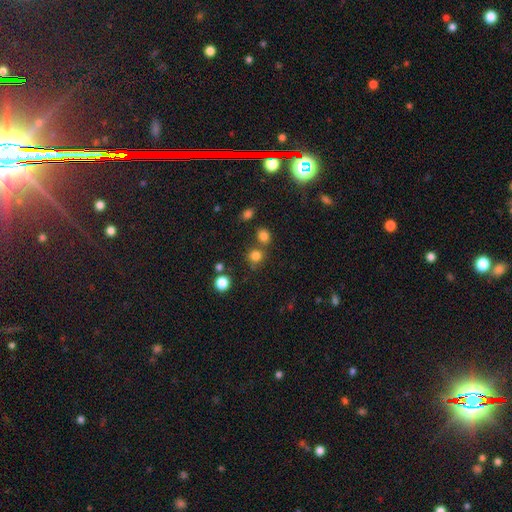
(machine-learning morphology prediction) Smooth or featured? Predicted: smooth (p=0.78). How rounded? Predicted: round (p=0.85). Merging? Predicted: none (p=0.68).